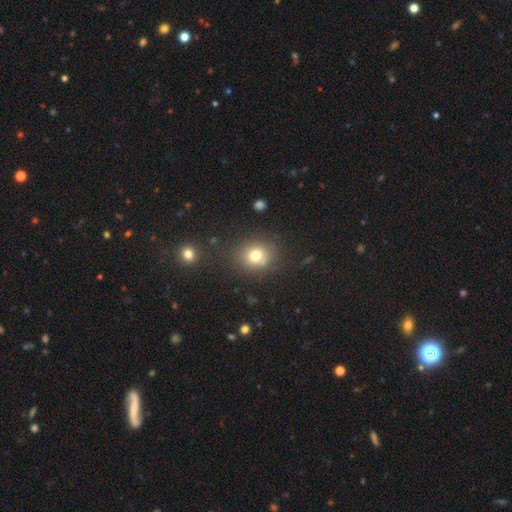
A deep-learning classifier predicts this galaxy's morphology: smooth_or_featured: smooth (p=0.76) [alt: star or artifact p=0.14]
how_rounded: round (p=0.79) [alt: in between p=0.21]
merging: none (p=0.80) [alt: minor disturbance p=0.12]